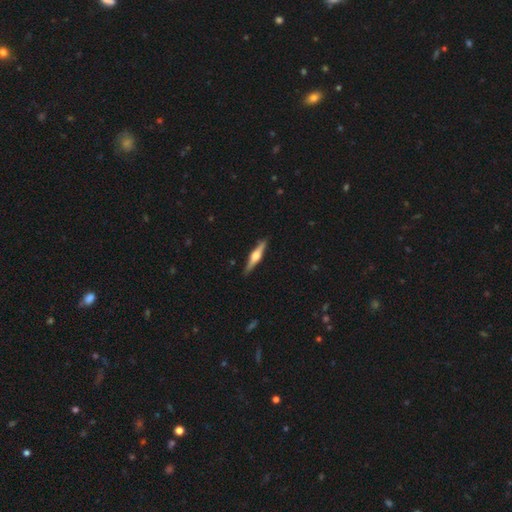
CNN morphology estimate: type=featured or disk (69%); edge-on=yes (98%); edge-on bulge=rounded (92%); merging=none (90%).